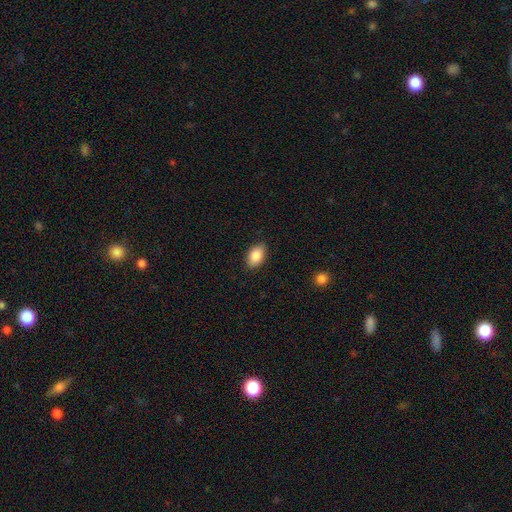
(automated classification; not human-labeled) Q: Smooth or featured?
A: smooth (88%); runner-up: star or artifact (7%)
Q: How rounded?
A: in between (91%); runner-up: round (7%)
Q: Merging?
A: none (87%); runner-up: minor disturbance (10%)